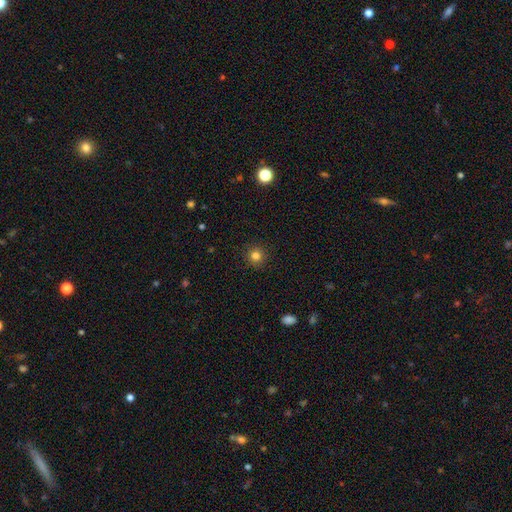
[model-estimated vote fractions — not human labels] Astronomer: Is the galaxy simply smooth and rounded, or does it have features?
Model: smooth — 81%.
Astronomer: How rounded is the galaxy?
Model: round — 94%.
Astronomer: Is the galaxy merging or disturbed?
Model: none — 91%.